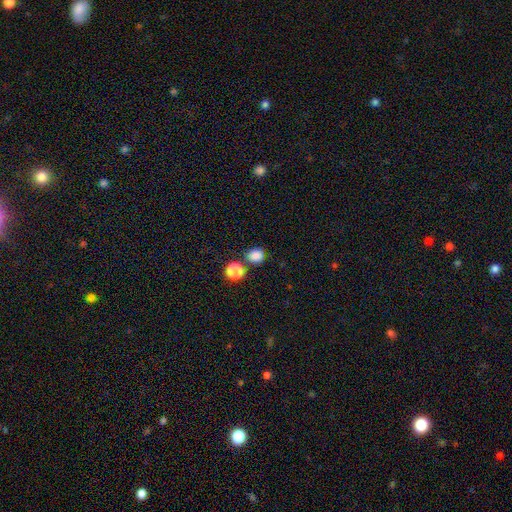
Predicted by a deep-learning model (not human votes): Morphology: type=smooth (85%); roundness=round (76%); merging=none (67%).